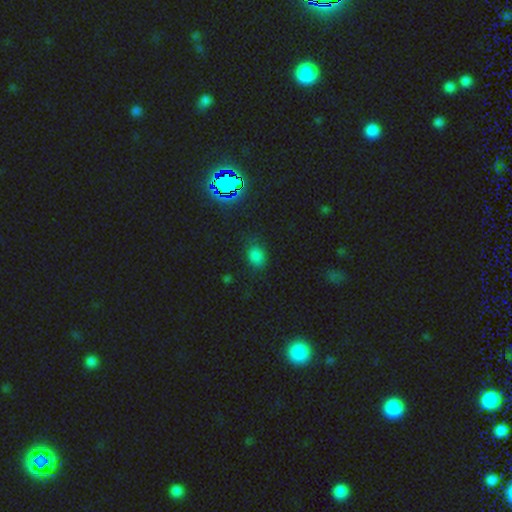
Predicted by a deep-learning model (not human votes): Smooth or featured?
  - smooth: 70% *
  - star or artifact: 24%
  - featured or disk: 5%
How rounded?
  - in between: 64% *
  - round: 34%
  - cigar-shaped: 2%
Merging?
  - none: 78% *
  - minor disturbance: 15%
  - major disturbance: 5%
  - merger: 2%